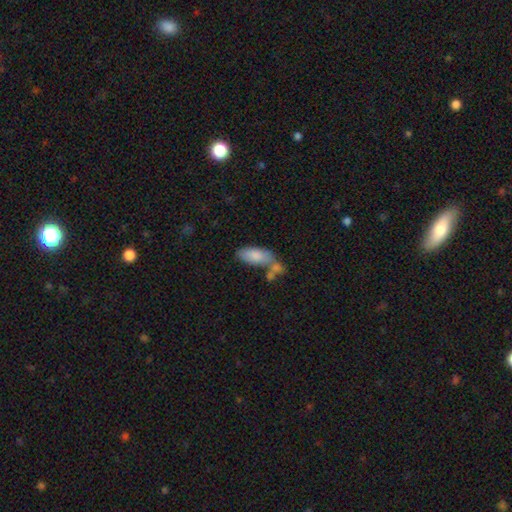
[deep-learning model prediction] Q: Smooth or featured?
A: smooth (81%); runner-up: featured or disk (12%)
Q: How rounded?
A: in between (83%); runner-up: cigar-shaped (14%)
Q: Merging?
A: none (39%); runner-up: merger (34%)